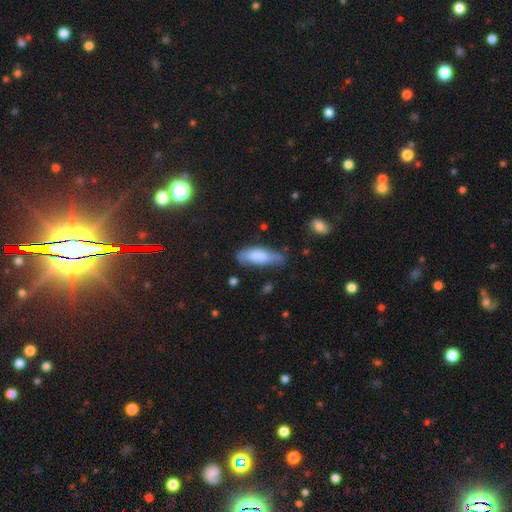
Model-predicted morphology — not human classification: smooth-or-featured: smooth: 69% | featured or disk: 23% | star or artifact: 8%
  how-rounded: in between: 53% | cigar-shaped: 45% | round: 2%
  merging: none: 57% | minor disturbance: 31% | major disturbance: 9% | merger: 3%